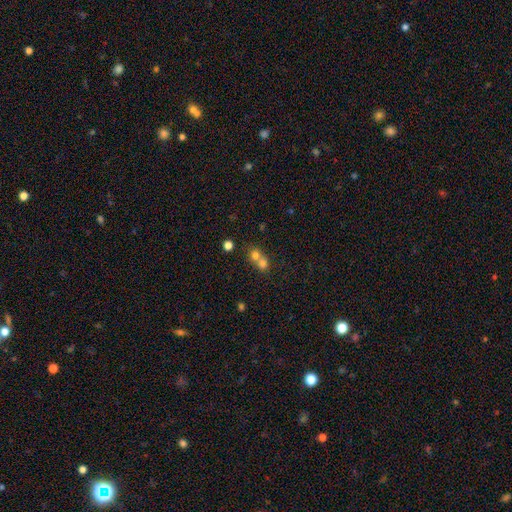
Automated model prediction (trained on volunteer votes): smooth 71%, featured or disk 14%, star or artifact 14%. Down the decision tree: how rounded — round (79%); merging — merger (64%).